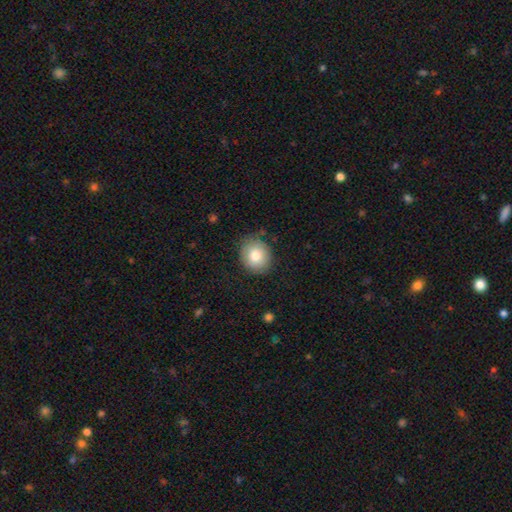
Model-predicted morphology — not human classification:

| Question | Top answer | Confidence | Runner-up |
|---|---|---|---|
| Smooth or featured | smooth | 80% | featured or disk (11%) |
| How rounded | round | 68% | in between (31%) |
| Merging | none | 82% | minor disturbance (13%) |